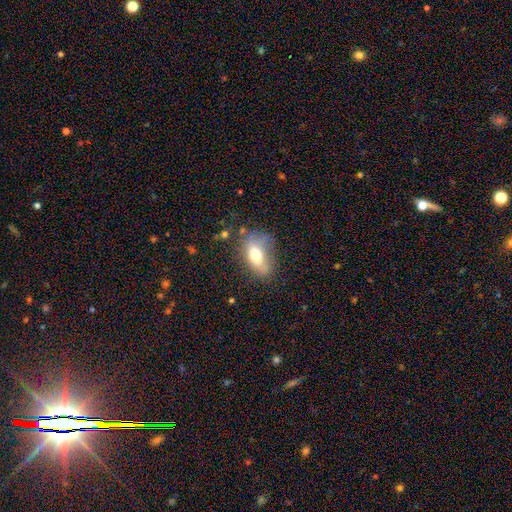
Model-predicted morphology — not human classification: A smooth galaxy with no disk features (62%) that is in between round and cigar-shaped (83%).

Vote fractions:
- Smooth or featured? smooth: 62% / featured or disk: 28% / star or artifact: 9%
- How rounded? in between: 83% / round: 10% / cigar-shaped: 7%
- Merging? none: 55% / minor disturbance: 27% / major disturbance: 14% / merger: 4%